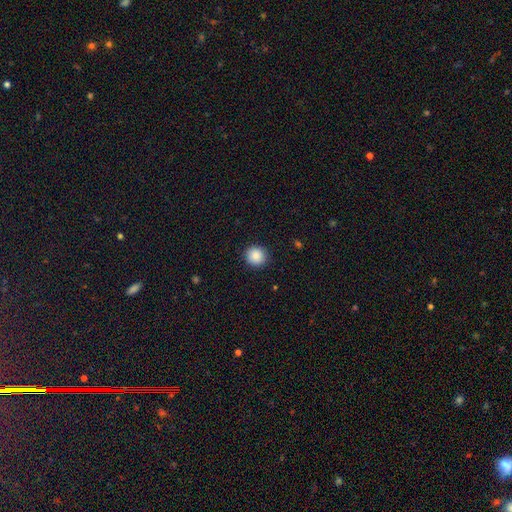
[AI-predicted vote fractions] This appears to be a smooth galaxy with no disk features (88%) that is round (92%). Merging: none (91%).